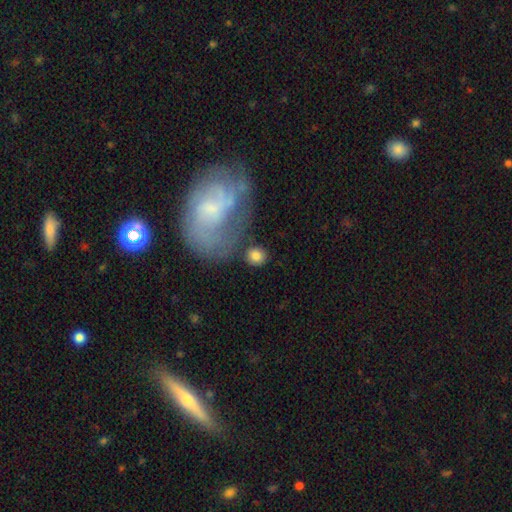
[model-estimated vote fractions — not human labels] A smooth galaxy with no disk features (81%) that is round (82%).

Vote fractions:
- Smooth or featured? smooth: 81% / featured or disk: 12% / star or artifact: 7%
- How rounded? round: 82% / in between: 17% / cigar-shaped: 1%
- Merging? none: 78% / minor disturbance: 9% / merger: 7% / major disturbance: 5%